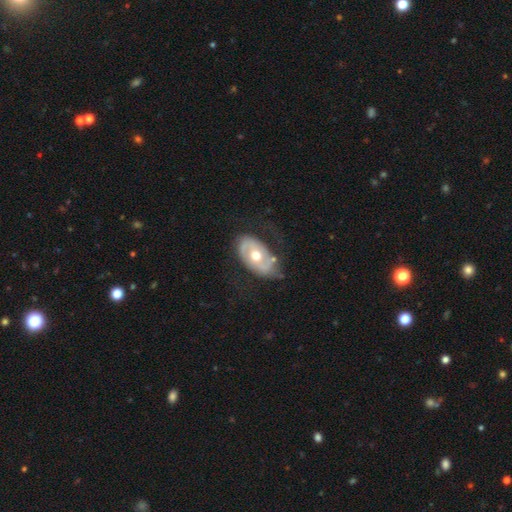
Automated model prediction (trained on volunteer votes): smooth-or-featured: featured or disk: 64% | smooth: 30% | star or artifact: 5%
  disk-edge-on: no: 92% | yes: 8%
    bar: no: 74% | weak: 18% | strong: 8%
    has-spiral-arms: yes: 50% (tied) | no: 50% (tied)
    bulge-size: moderate: 78% | small: 12% | large: 8% | dominant: 1% | none: 1%
  merging: none: 60% | minor disturbance: 24% | major disturbance: 14% | merger: 2%